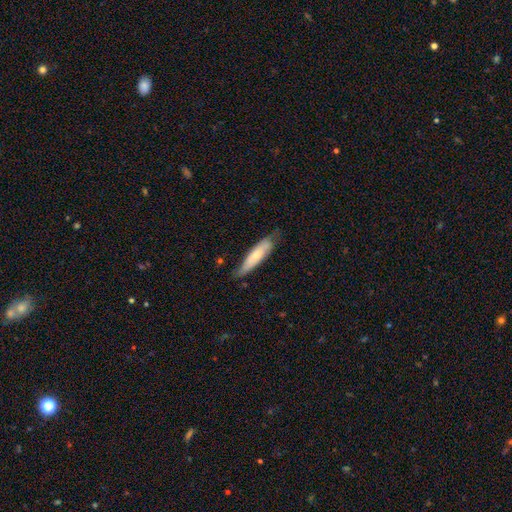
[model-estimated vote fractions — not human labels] This appears to be a smooth galaxy with no disk features (60%) that is cigar-shaped (72%). Merging: none (67%).